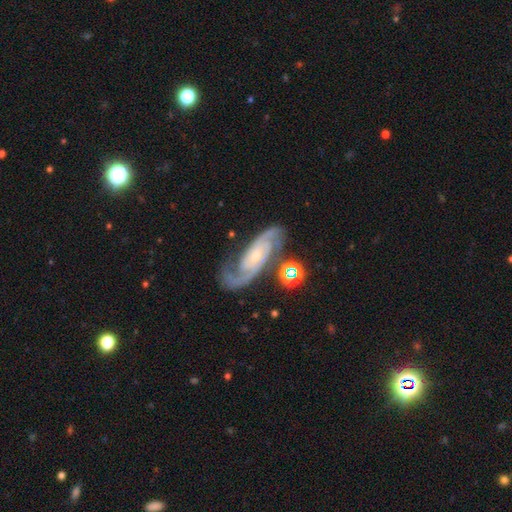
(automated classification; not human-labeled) The model was most divided on "spiral winding": medium: 47%, tight: 42%, loose: 11%. More confident: spiral arms — yes (98%); edge-on disk — no (95%); smooth or featured — featured or disk (90%); spiral arm count — 2 (87%); merging — none (72%); bulge size — small (70%); bar — no (56%).